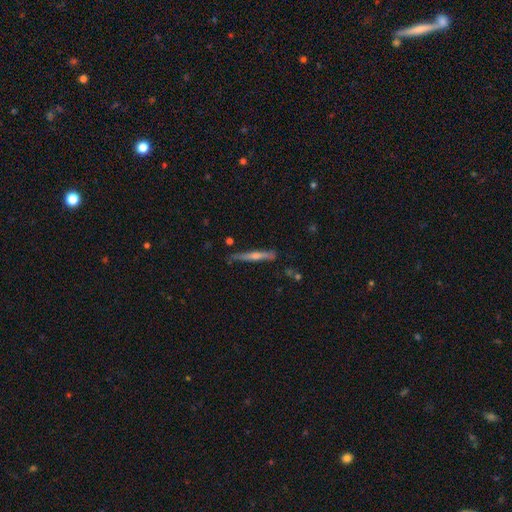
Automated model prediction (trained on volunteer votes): Smooth or featured: featured or disk — 64% (smooth — 30%)
Edge-on disk: yes — 97% (no — 3%)
Edge-on bulge: rounded — 74% (none — 20%)
Merging: none — 81% (minor disturbance — 14%)